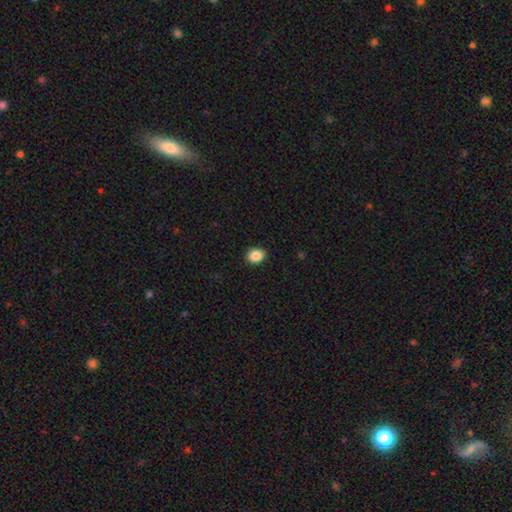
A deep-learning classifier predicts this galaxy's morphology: smooth-or-featured: smooth: 87% | star or artifact: 9% | featured or disk: 4%
  how-rounded: in between: 51% | round: 48% | cigar-shaped: 1%
  merging: none: 90% | minor disturbance: 7% | major disturbance: 2% | merger: 1%